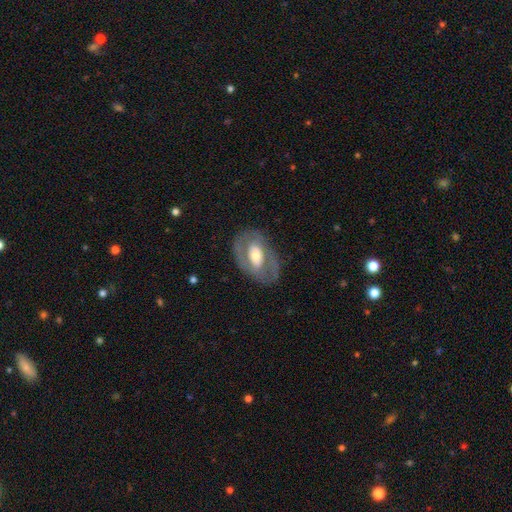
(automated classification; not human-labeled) This is likely a featured or disk galaxy (64%). It is clearly not viewed edge-on (93%). Bar: possibly no (51%). Spiral arm pattern: possibly no (54%). Central bulge: possibly moderate (54%). Merging: likely none (73%).